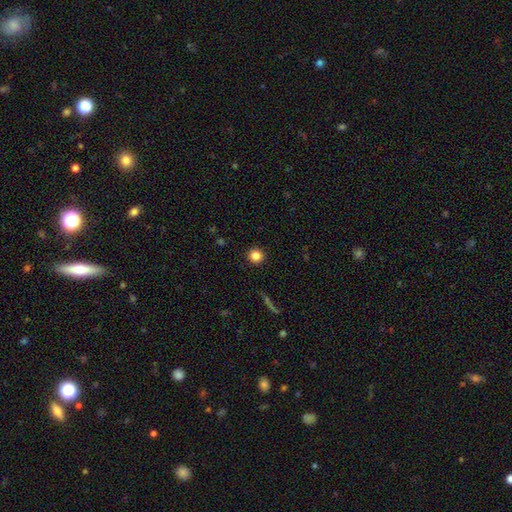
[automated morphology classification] This appears to be a smooth galaxy with no disk features (83%) that is round (94%). Merging: none (92%).